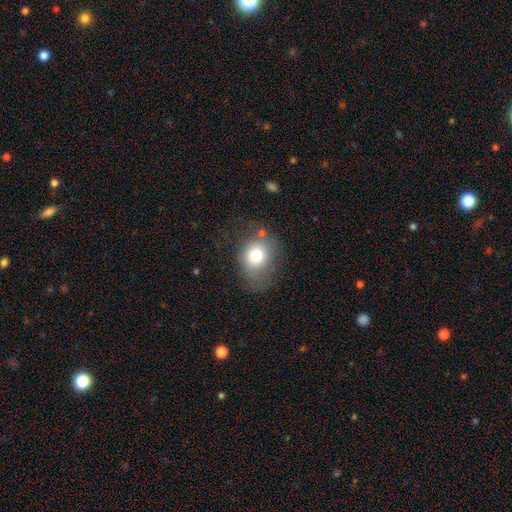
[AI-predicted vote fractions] Smooth or featured: smooth — 73% (featured or disk — 16%)
How rounded: round — 59% (in between — 40%)
Merging: none — 54% (minor disturbance — 25%)